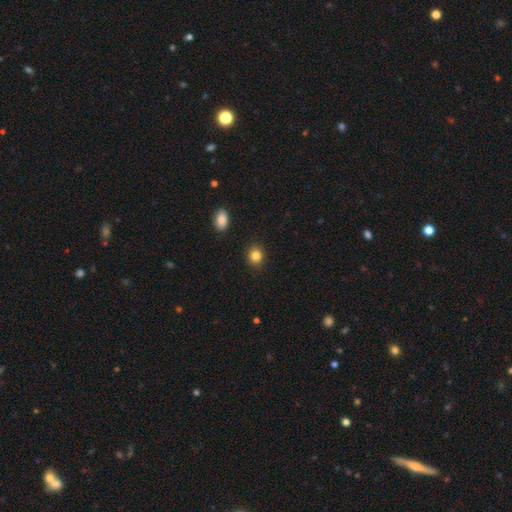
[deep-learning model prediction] smooth 85%, star or artifact 10%, featured or disk 5%. Down the decision tree: how rounded — round (75%); merging — none (90%).